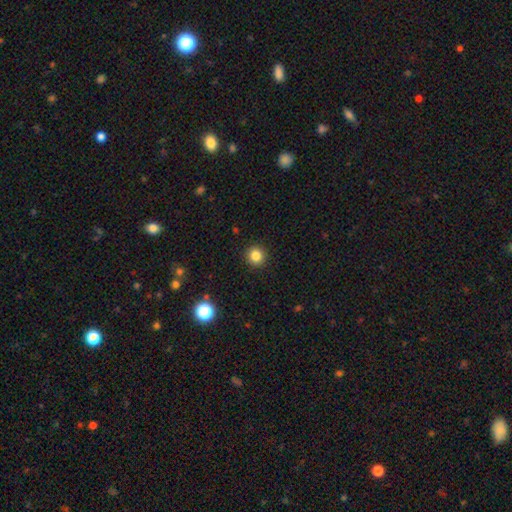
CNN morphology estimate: A smooth galaxy with no disk features (84%) that is round (92%). Merging: none (92%).